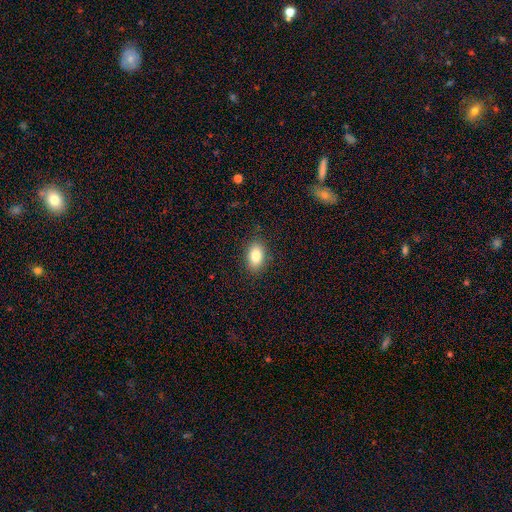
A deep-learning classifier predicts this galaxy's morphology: smooth-or-featured: smooth: 83% | featured or disk: 9% | star or artifact: 8%
  how-rounded: in between: 88% | round: 11% | cigar-shaped: 2%
  merging: none: 87% | minor disturbance: 10% | major disturbance: 3% | merger: 1%